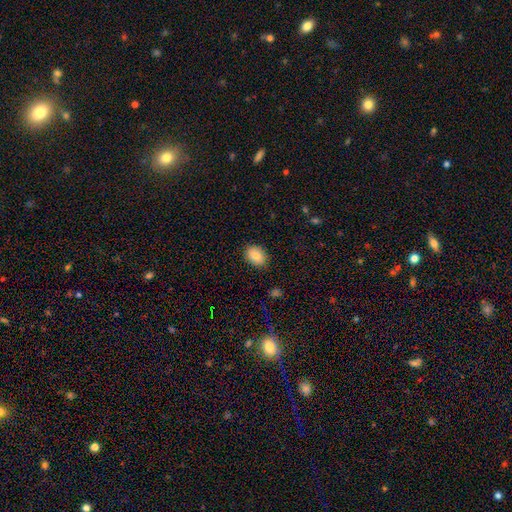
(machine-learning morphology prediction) A smooth galaxy with no disk features (84%) that is in between round and cigar-shaped (69%). Merging: none (87%).